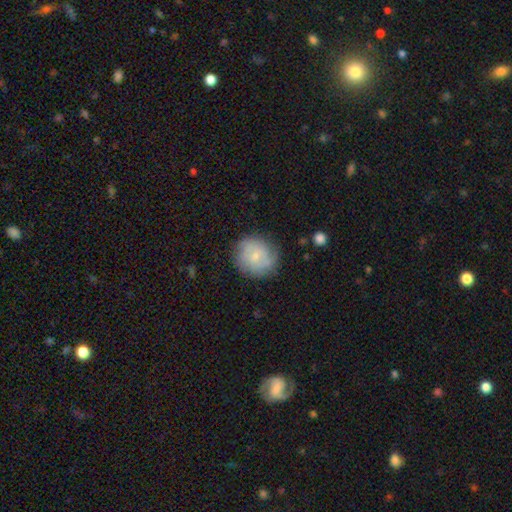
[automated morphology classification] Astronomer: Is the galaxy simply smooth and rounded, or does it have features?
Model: smooth — 60%.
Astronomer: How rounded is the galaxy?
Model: round — 85%.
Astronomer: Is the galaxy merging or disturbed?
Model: none — 77%.